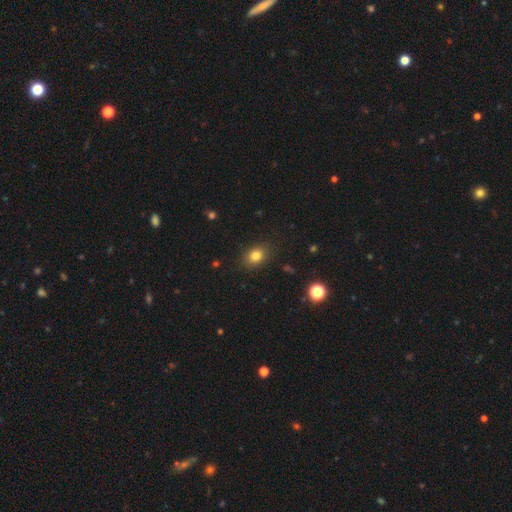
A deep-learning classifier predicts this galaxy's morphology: Overall: smooth (82%). How rounded: in between (57%; round 42%). Merging: none (86%).